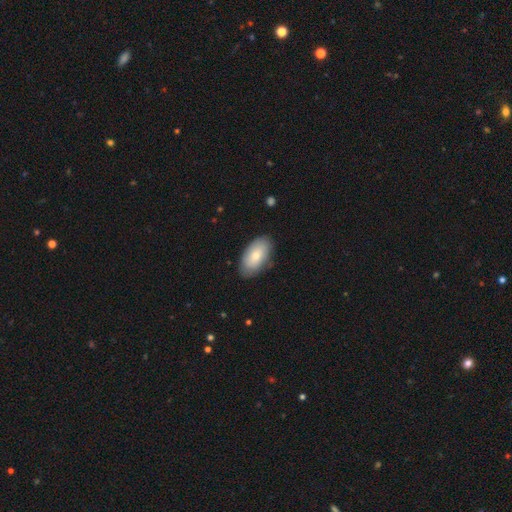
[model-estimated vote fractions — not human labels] This appears to be a smooth galaxy with no disk features (76%) that is in between round and cigar-shaped (95%). Merging: none (82%).